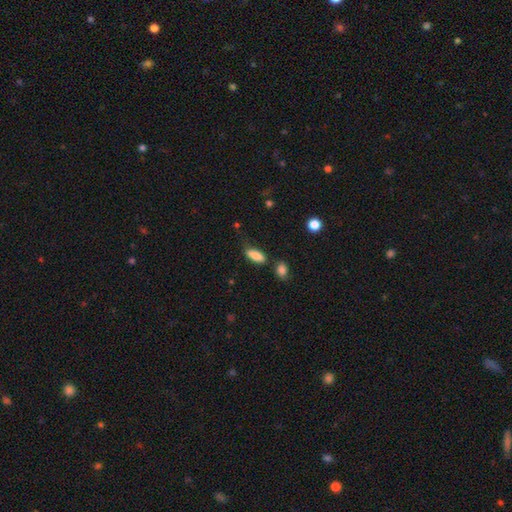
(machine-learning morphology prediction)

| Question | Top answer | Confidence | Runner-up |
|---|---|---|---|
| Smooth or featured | smooth | 85% | star or artifact (8%) |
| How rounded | in between | 84% | cigar-shaped (13%) |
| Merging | none | 61% | minor disturbance (25%) |